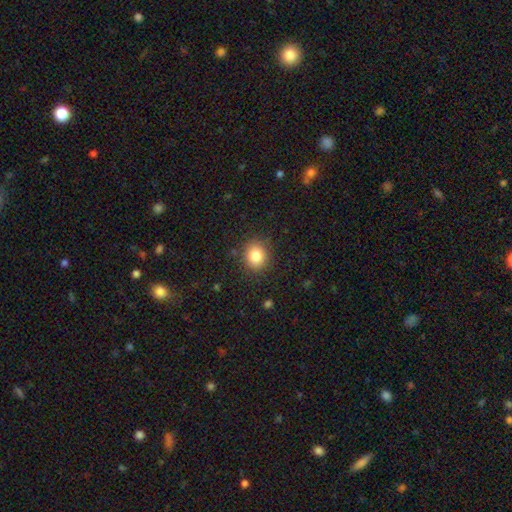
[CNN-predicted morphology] A smooth galaxy with no disk features (83%) that is round (74%). Merging: none (88%).